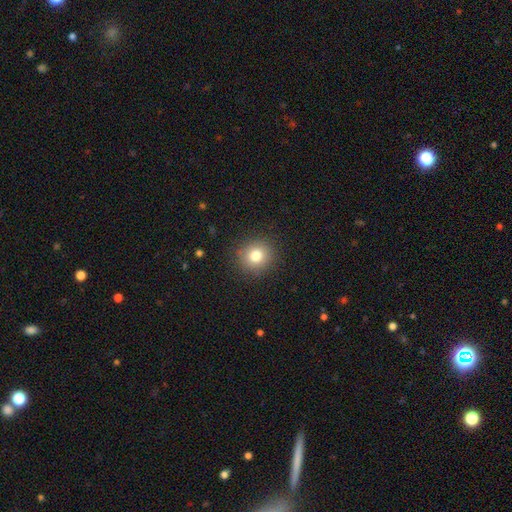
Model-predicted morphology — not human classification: A smooth galaxy with no disk features (79%) that is round (89%).

Vote fractions:
- Smooth or featured? smooth: 79% / star or artifact: 12% / featured or disk: 8%
- How rounded? round: 89% / in between: 10% / cigar-shaped: 1%
- Merging? none: 90% / minor disturbance: 7% / major disturbance: 3% / merger: 1%